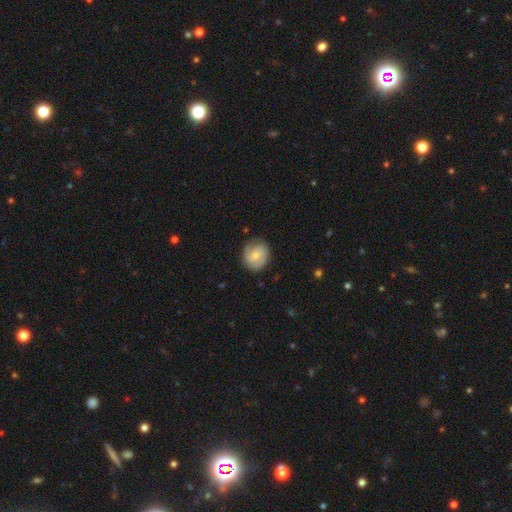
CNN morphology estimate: A featured or disk galaxy (54%) with no bar (57%), spiral arms (89%) and a small central bulge (58%).

Vote fractions:
- Smooth or featured? featured or disk: 54% / smooth: 39% / star or artifact: 7%
- Edge-on disk? no: 97% / yes: 3%
- Bar? no: 57% / weak: 37% / strong: 6%
- Spiral arms? yes: 89% / no: 11%
- Bulge size? small: 58% / moderate: 34% / none: 5% / large: 2% / dominant: 1%
- Merging? none: 75% / minor disturbance: 18% / major disturbance: 6% / merger: 1%